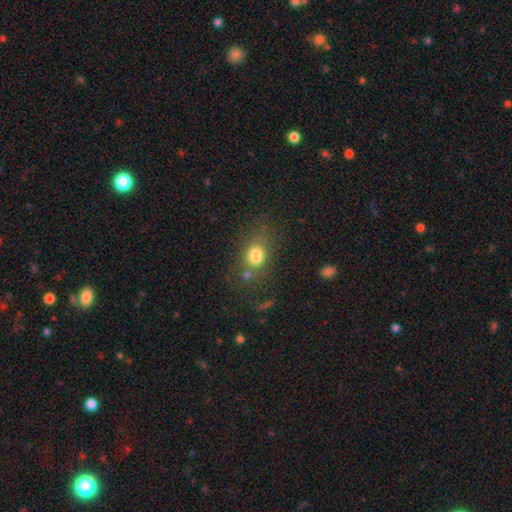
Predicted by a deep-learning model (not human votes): A smooth galaxy with no disk features (76%) that is in between round and cigar-shaped (52%). Merging: none (54%).